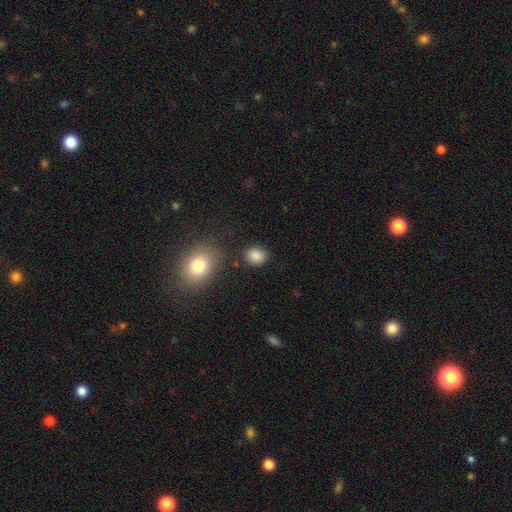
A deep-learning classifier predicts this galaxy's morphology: Smooth or featured?
  - smooth: 86% *
  - star or artifact: 9%
  - featured or disk: 4%
How rounded?
  - round: 63% *
  - in between: 36%
  - cigar-shaped: 1%
Merging?
  - none: 84% *
  - minor disturbance: 9%
  - merger: 4%
  - major disturbance: 3%